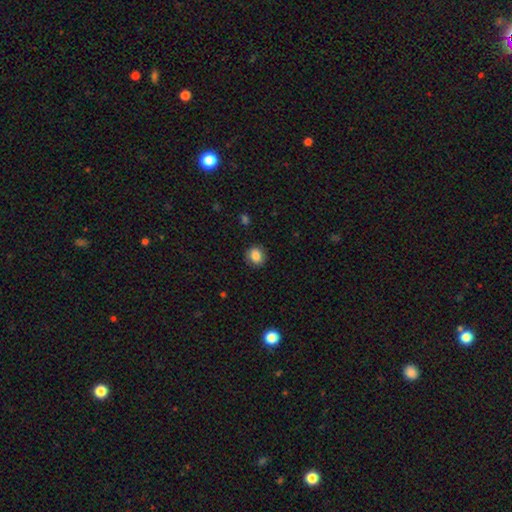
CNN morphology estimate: This appears to be a smooth galaxy with no disk features (84%) that is round (75%). Merging: none (87%).